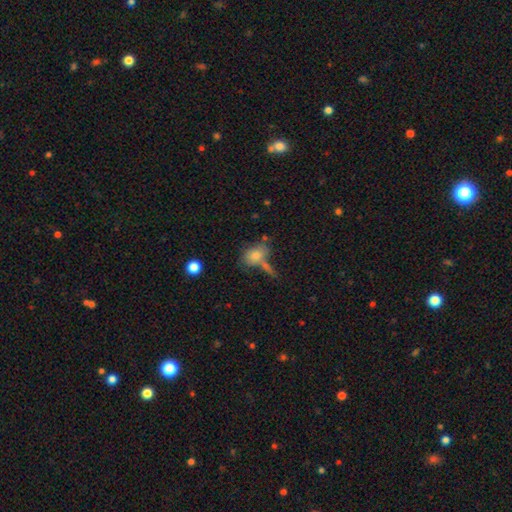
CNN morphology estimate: A smooth galaxy with no disk features (76%) that is in between round and cigar-shaped (74%). Merging: none (46%).